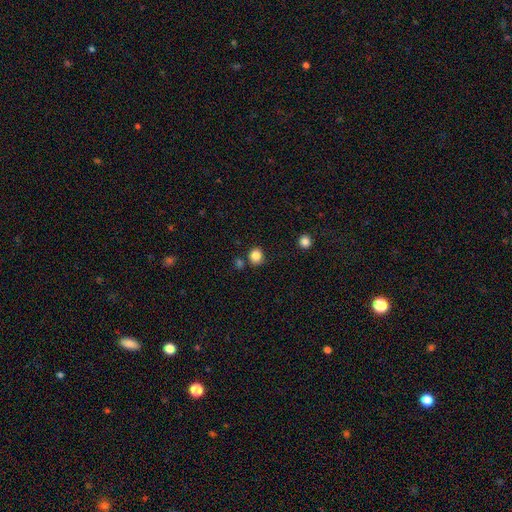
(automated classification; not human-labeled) Smooth or featured: smooth — 84% (star or artifact — 11%)
How rounded: round — 85% (in between — 14%)
Merging: none — 82% (minor disturbance — 9%)